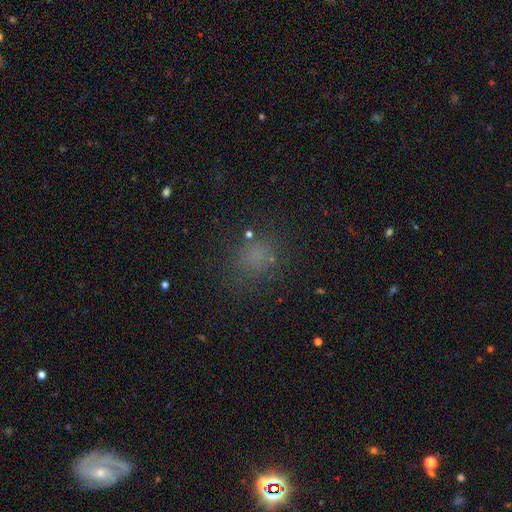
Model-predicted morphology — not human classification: This is likely a smooth galaxy (68%). How rounded: likely round (76%). Merging: likely none (77%).